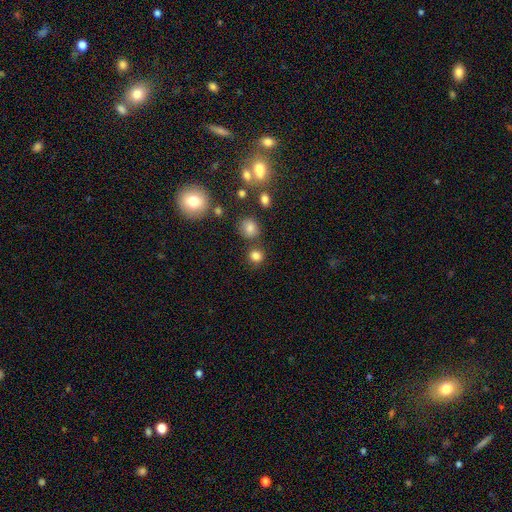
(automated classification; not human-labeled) Smooth or featured? smooth (81%)
How rounded? round (85%)
Merging? none (76%)